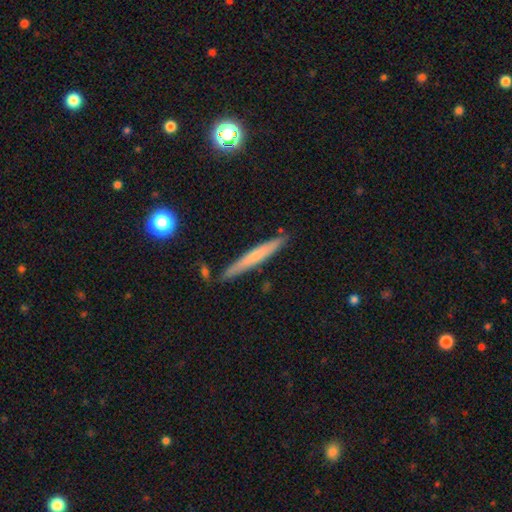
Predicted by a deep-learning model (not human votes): Smooth or featured?
  - smooth: 52% *
  - featured or disk: 41%
  - star or artifact: 7%
How rounded?
  - cigar-shaped: 95% *
  - in between: 3%
  - round: 1%
Merging?
  - none: 86% *
  - minor disturbance: 10%
  - merger: 3%
  - major disturbance: 2%